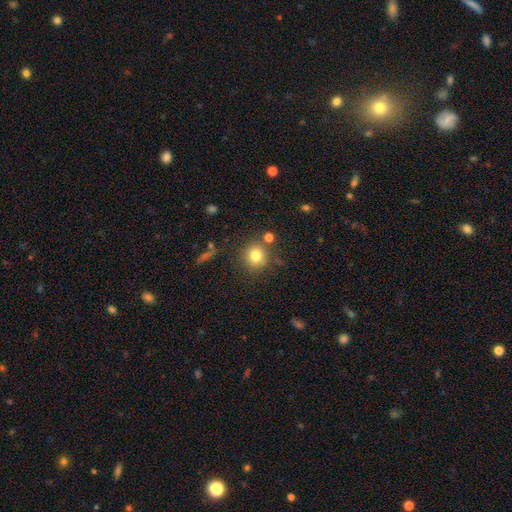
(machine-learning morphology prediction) smooth_or_featured: smooth (p=0.78) [alt: star or artifact p=0.13]
how_rounded: round (p=0.90) [alt: in between p=0.09]
merging: none (p=0.79) [alt: minor disturbance p=0.10]